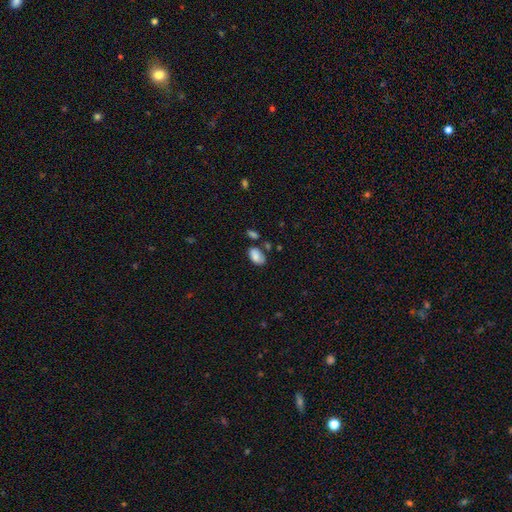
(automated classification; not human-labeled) A smooth galaxy with no disk features (80%) that is in between round and cigar-shaped (91%).

Vote fractions:
- Smooth or featured? smooth: 80% / featured or disk: 12% / star or artifact: 8%
- How rounded? in between: 91% / round: 7% / cigar-shaped: 1%
- Merging? none: 54% / minor disturbance: 25% / merger: 14% / major disturbance: 8%